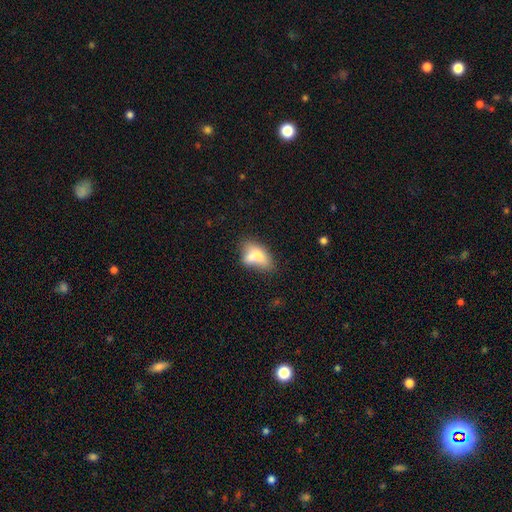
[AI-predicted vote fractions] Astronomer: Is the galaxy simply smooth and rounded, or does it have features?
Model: smooth — 68%.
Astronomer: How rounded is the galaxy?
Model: in between — 84%.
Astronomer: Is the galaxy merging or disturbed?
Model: merger — 44% (runner-up: none, 27%).